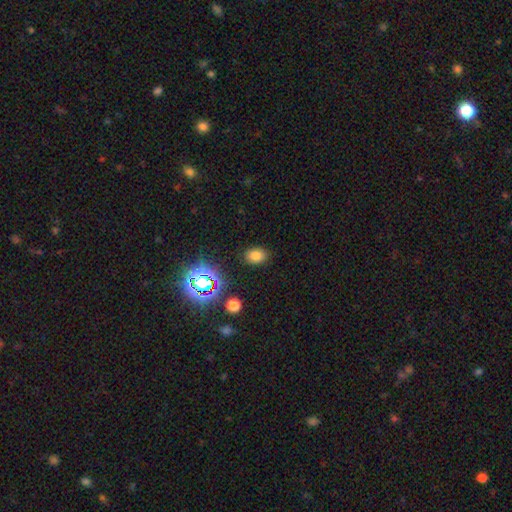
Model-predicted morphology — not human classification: A smooth galaxy with no disk features (74%) that is in between round and cigar-shaped (72%).

Vote fractions:
- Smooth or featured? smooth: 74% / star or artifact: 19% / featured or disk: 7%
- How rounded? in between: 72% / round: 27% / cigar-shaped: 1%
- Merging? none: 86% / minor disturbance: 9% / major disturbance: 3% / merger: 2%